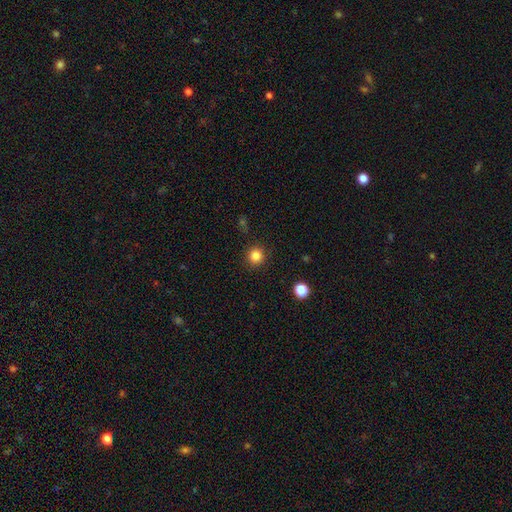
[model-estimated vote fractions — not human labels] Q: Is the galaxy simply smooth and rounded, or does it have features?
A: smooth — 83%.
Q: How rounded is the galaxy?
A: round — 94%.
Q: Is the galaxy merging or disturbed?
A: none — 91%.